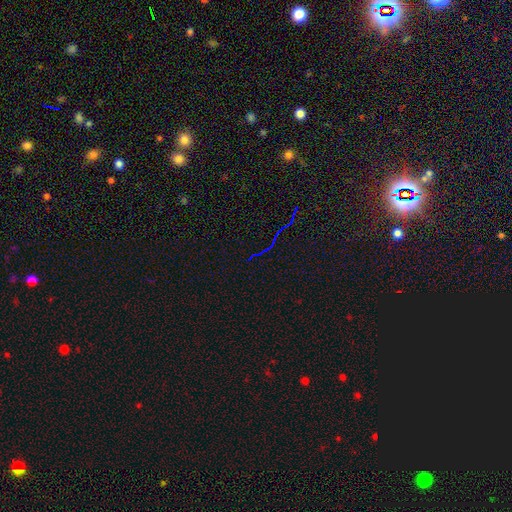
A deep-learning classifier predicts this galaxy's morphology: A star or artifact, not a galaxy (81%).